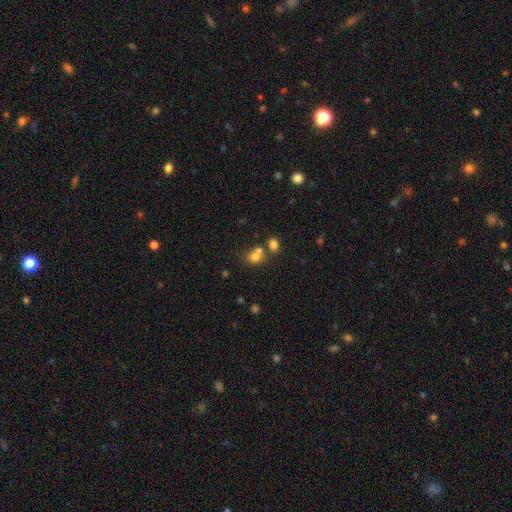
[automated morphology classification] Smooth or featured?
  - smooth: 73% *
  - star or artifact: 15%
  - featured or disk: 11%
How rounded?
  - round: 67% *
  - in between: 32%
  - cigar-shaped: 1%
Merging?
  - merger: 44% *
  - none: 43%
  - minor disturbance: 9%
  - major disturbance: 4%